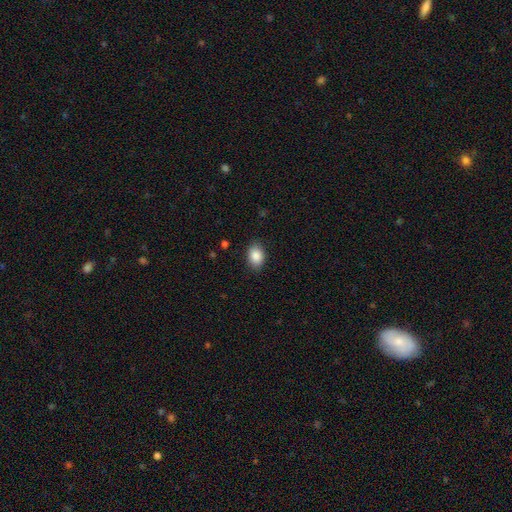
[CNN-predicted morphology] The model was most divided on "how rounded": in between: 81%, round: 17%, cigar-shaped: 1%. More confident: smooth or featured — smooth (88%); merging — none (86%).